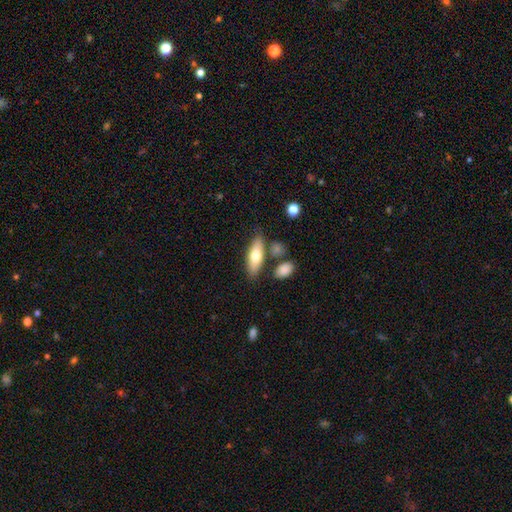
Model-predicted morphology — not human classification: Smooth or featured? smooth (68%)
How rounded? in between (63%)
Merging? none (74%)